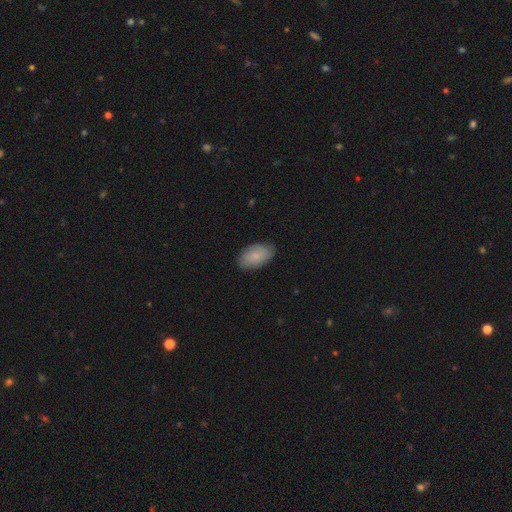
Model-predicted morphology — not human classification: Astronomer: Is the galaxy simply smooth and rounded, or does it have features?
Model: smooth — 81%.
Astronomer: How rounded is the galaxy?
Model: in between — 94%.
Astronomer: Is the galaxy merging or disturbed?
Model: none — 83%.